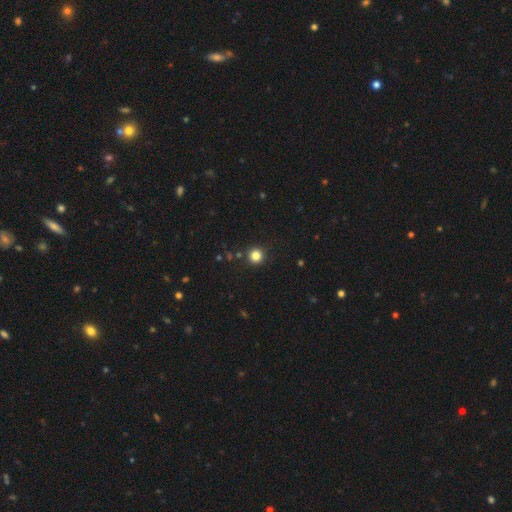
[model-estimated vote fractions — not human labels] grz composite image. It shows a smooth galaxy with no disk features (83%) that is round (95%). Merging: none (90%).